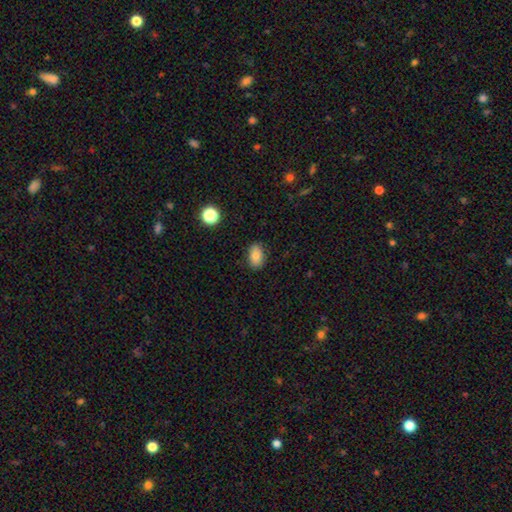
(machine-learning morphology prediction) type=smooth (82%); roundness=in between (84%); merging=none (83%).